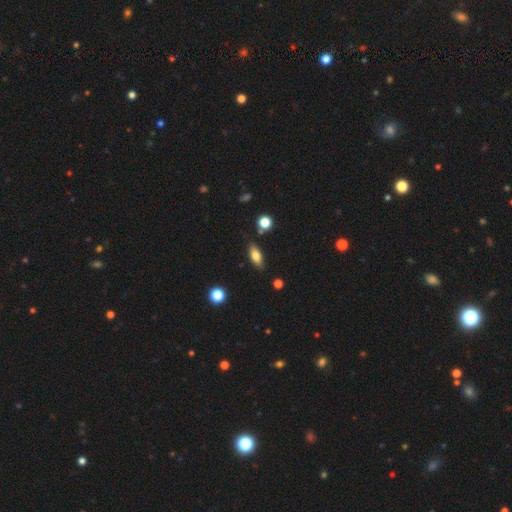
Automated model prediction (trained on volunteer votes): A smooth galaxy with no disk features (75%) that is in between round and cigar-shaped (79%).

Vote fractions:
- Smooth or featured? smooth: 75% / featured or disk: 17% / star or artifact: 8%
- How rounded? in between: 79% / cigar-shaped: 17% / round: 4%
- Merging? none: 81% / minor disturbance: 13% / merger: 4% / major disturbance: 3%